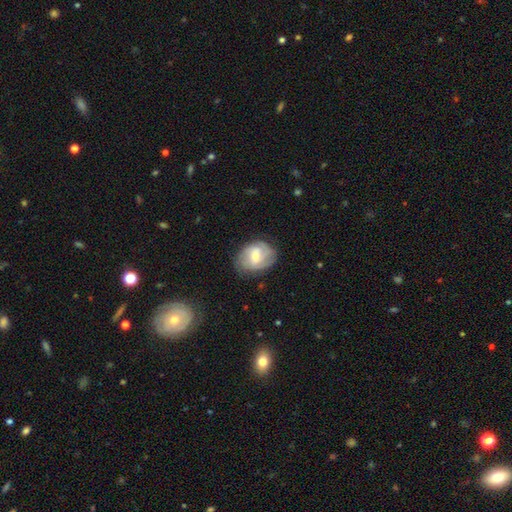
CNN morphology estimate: This is likely a featured or disk galaxy (61%). It is clearly not viewed edge-on (97%). Bar: possibly weak (53%). Spiral arm pattern: clearly yes (85%). Central bulge: possibly moderate (49%). Merging: likely none (70%).